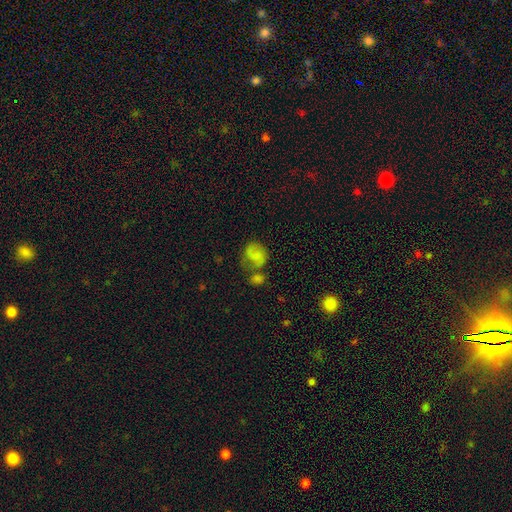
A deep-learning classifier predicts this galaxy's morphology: This appears to be a smooth galaxy with no disk features (61%) that is round (56%). Merging: none (38%).